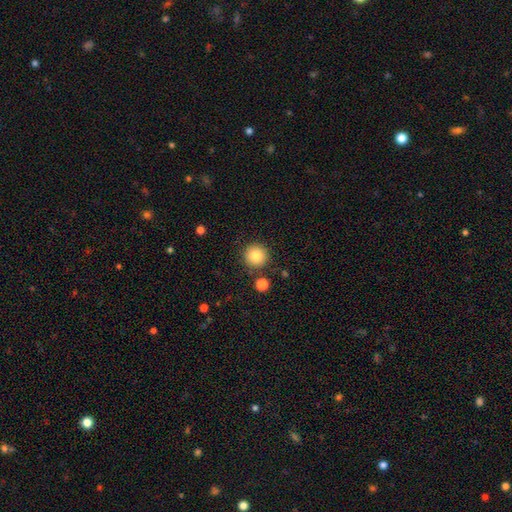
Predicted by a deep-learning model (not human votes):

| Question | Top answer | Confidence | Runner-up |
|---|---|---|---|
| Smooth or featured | smooth | 84% | star or artifact (10%) |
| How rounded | round | 95% | in between (4%) |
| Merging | none | 87% | minor disturbance (7%) |